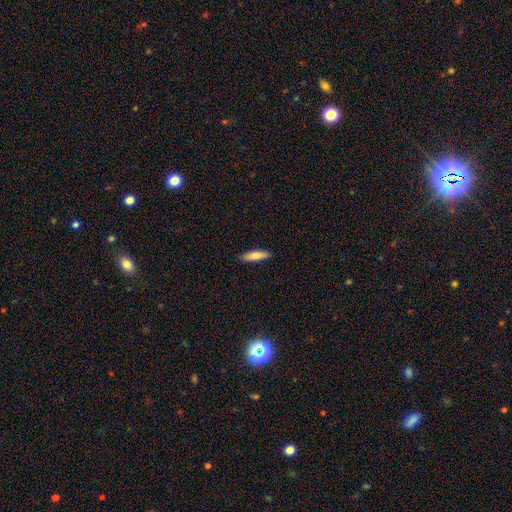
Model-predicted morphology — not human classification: The model was most divided on "how rounded": cigar-shaped: 69%, in between: 30%, round: 2%. More confident: merging — none (90%); smooth or featured — smooth (78%).